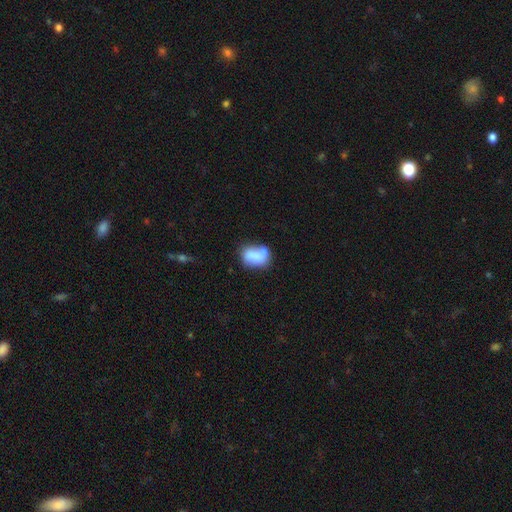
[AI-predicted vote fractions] Smooth or featured: smooth — 73% (featured or disk — 19%)
How rounded: in between — 76% (round — 22%)
Merging: none — 38% (merger — 25%)